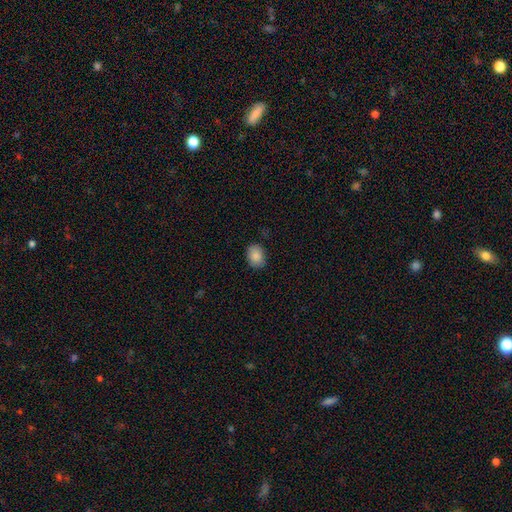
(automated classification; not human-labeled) smooth_or_featured: smooth (p=0.88) [alt: star or artifact p=0.08]
how_rounded: in between (p=0.64) [alt: round p=0.35]
merging: none (p=0.84) [alt: minor disturbance p=0.12]